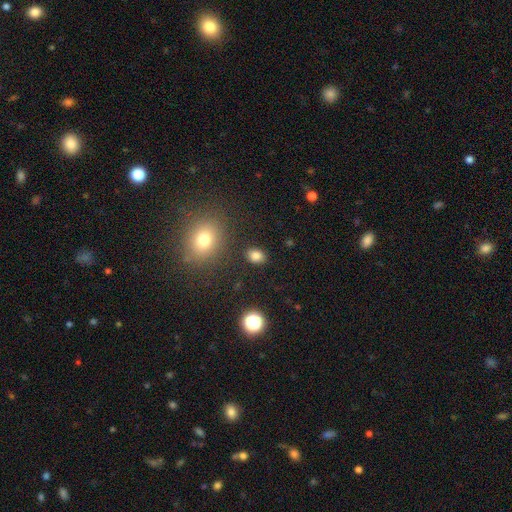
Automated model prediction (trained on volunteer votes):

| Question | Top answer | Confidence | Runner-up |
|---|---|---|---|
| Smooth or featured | smooth | 82% | star or artifact (13%) |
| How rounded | in between | 69% | round (30%) |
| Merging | none | 85% | minor disturbance (9%) |